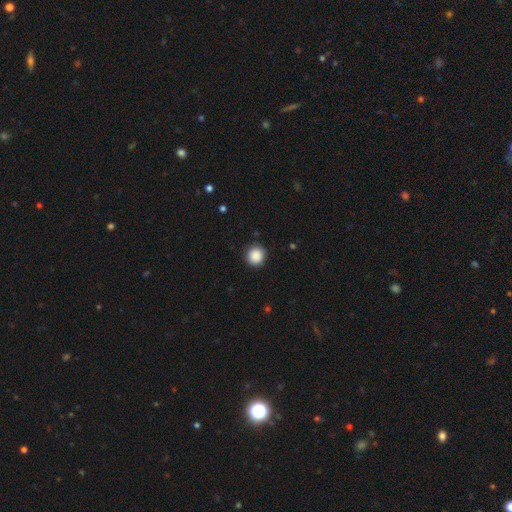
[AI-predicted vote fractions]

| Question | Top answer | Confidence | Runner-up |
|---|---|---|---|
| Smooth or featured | smooth | 88% | star or artifact (9%) |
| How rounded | round | 93% | in between (6%) |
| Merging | none | 90% | minor disturbance (7%) |